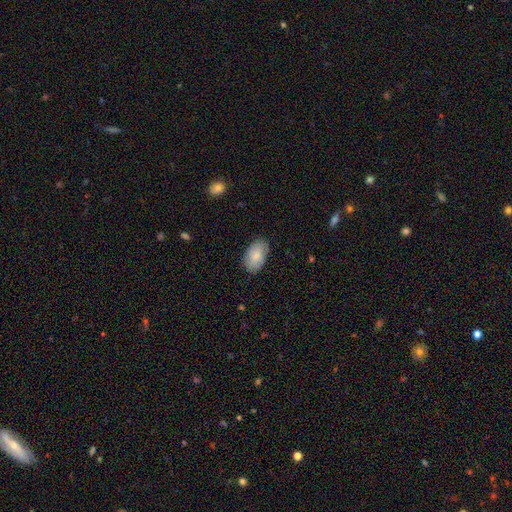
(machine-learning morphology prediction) Smooth or featured?
  - smooth: 82% *
  - featured or disk: 12%
  - star or artifact: 6%
How rounded?
  - in between: 94% *
  - round: 5%
  - cigar-shaped: 1%
Merging?
  - none: 84% *
  - minor disturbance: 13%
  - major disturbance: 3%
  - merger: 1%